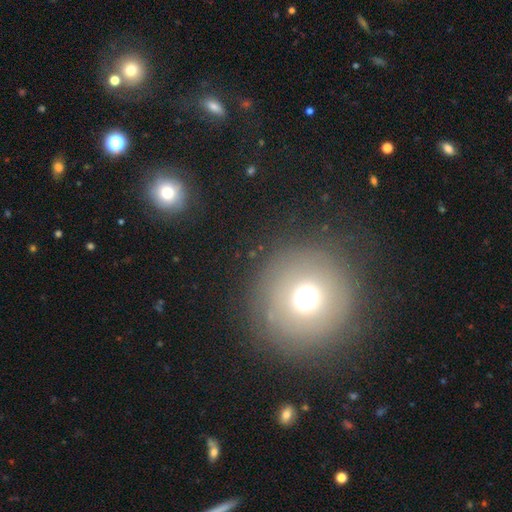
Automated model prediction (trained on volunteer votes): A smooth galaxy with no disk features (62%) that is round (94%). Merging: none (86%).